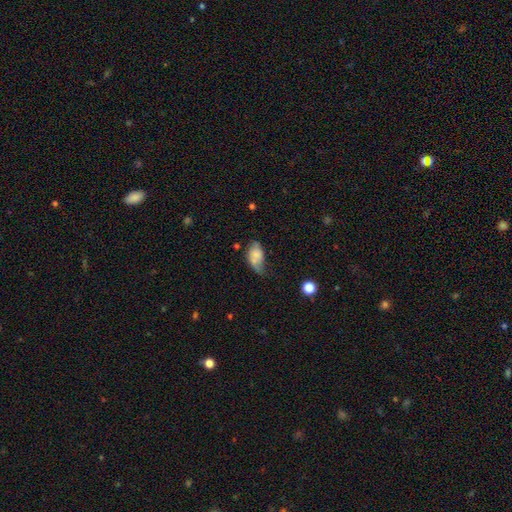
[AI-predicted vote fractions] Smooth or featured? Predicted: smooth (p=0.67). How rounded? Predicted: in between (p=0.92). Merging? Predicted: minor disturbance (p=0.41).